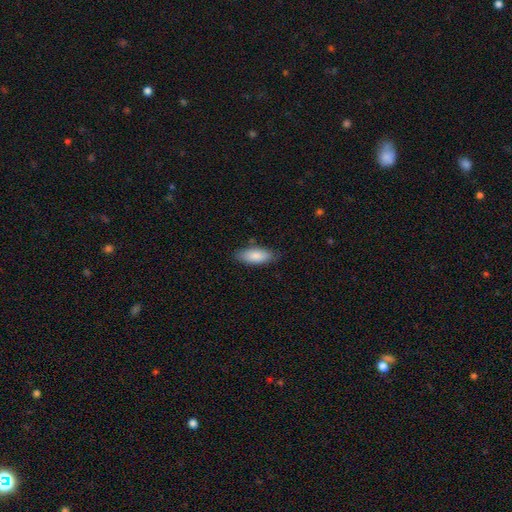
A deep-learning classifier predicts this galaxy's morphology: smooth 86%, featured or disk 8%, star or artifact 6%. Down the decision tree: how rounded — in between (80%); merging — none (82%).